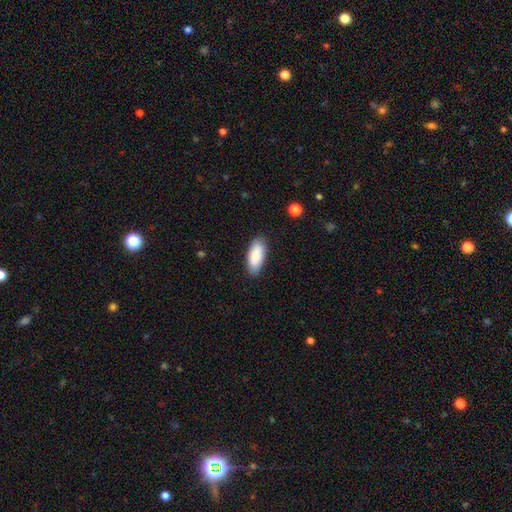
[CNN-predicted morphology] type=smooth (84%); roundness=in between (83%); merging=none (86%).